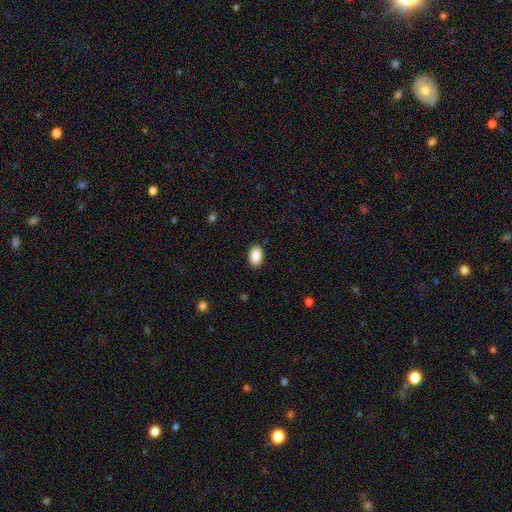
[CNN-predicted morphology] smooth_or_featured: smooth (p=0.89) [alt: star or artifact p=0.07]
how_rounded: in between (p=0.88) [alt: round p=0.11]
merging: none (p=0.89) [alt: minor disturbance p=0.08]